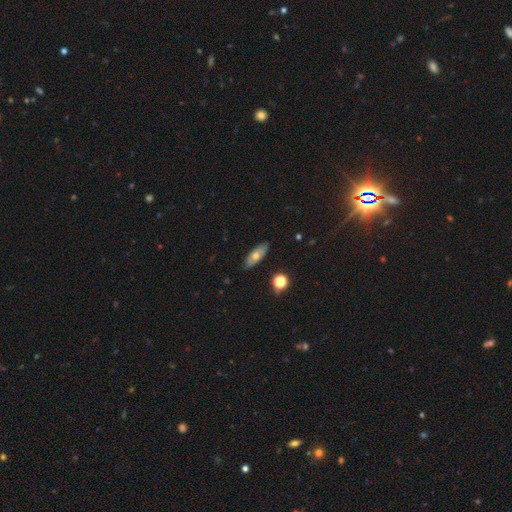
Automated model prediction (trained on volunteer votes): Overall: smooth (57%; featured or disk 35%). How rounded: in between (72%). Merging: none (86%).